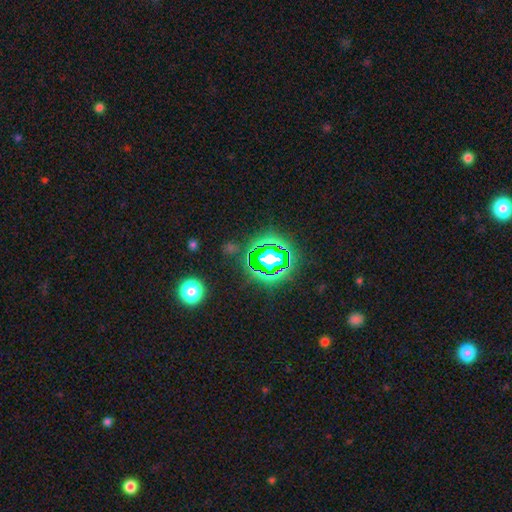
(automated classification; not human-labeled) Morphology: type=star or artifact (76%).